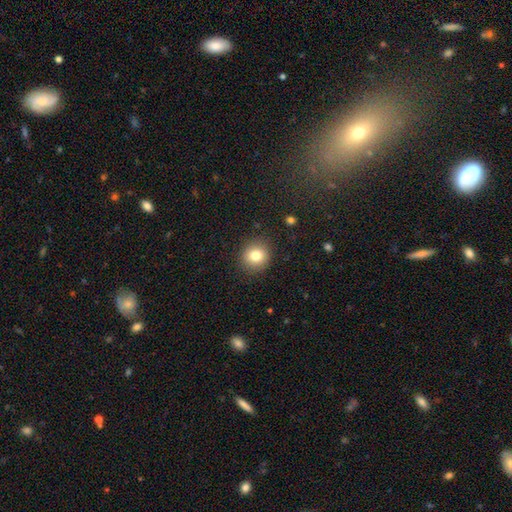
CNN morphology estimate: A smooth galaxy with no disk features (81%) that is round (86%).

Vote fractions:
- Smooth or featured? smooth: 81% / star or artifact: 11% / featured or disk: 9%
- How rounded? round: 86% / in between: 13% / cigar-shaped: 1%
- Merging? none: 89% / minor disturbance: 8% / major disturbance: 3% / merger: 1%